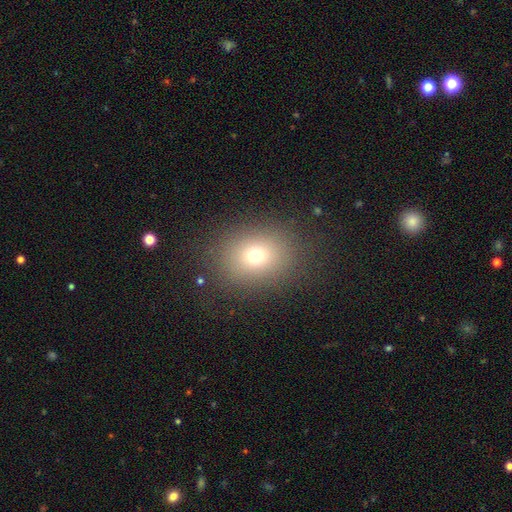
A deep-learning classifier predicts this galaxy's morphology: Smooth or featured: smooth — 71% (star or artifact — 17%)
How rounded: round — 56% (in between — 43%)
Merging: none — 85% (minor disturbance — 9%)